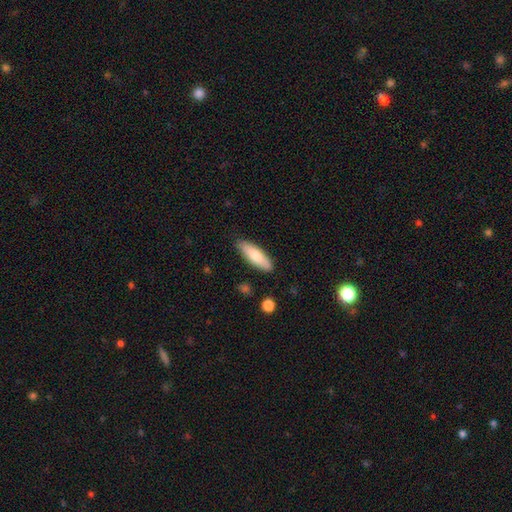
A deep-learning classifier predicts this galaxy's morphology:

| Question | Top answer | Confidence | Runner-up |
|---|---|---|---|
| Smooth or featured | smooth | 77% | featured or disk (18%) |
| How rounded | in between | 50% | cigar-shaped (49%) |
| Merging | none | 84% | minor disturbance (12%) |